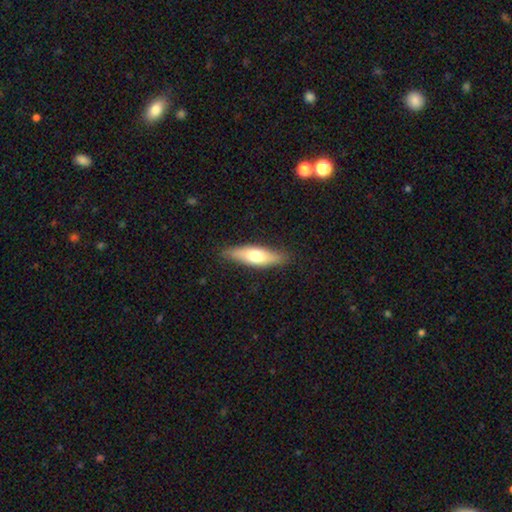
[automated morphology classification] Overall: smooth (58%; featured or disk 37%). How rounded: cigar-shaped (53%; in between 44%). Merging: none (83%).